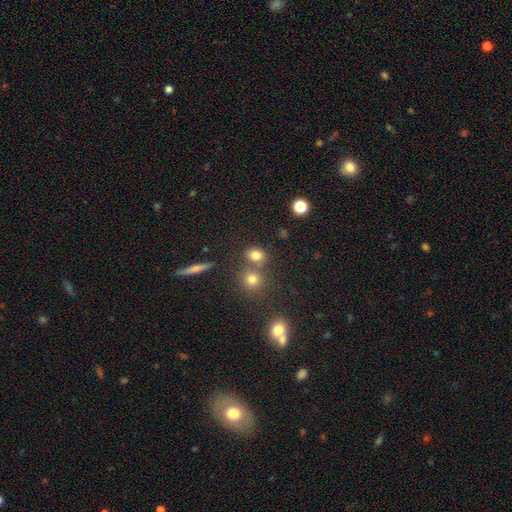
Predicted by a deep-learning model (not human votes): The model was most divided on "how rounded": round: 57%, in between: 41%, cigar-shaped: 2%. More confident: smooth or featured — smooth (76%); merging — none (62%).